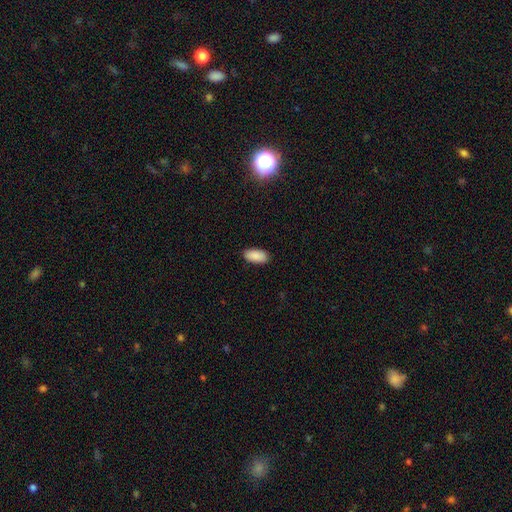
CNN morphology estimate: Smooth or featured? smooth (90%)
How rounded? in between (92%)
Merging? none (89%)